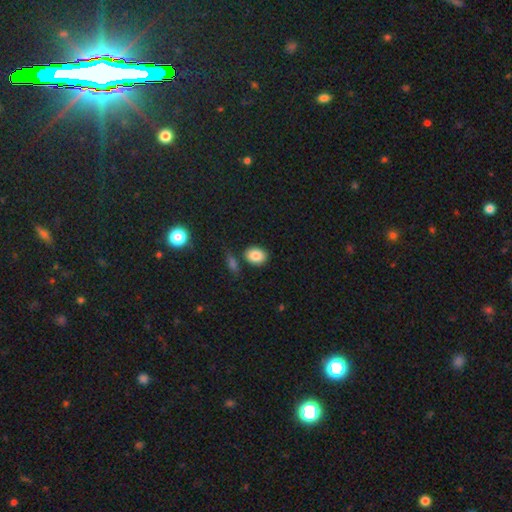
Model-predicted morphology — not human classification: This appears to be a smooth galaxy with no disk features (85%) that is in between round and cigar-shaped (67%). Merging: none (76%).